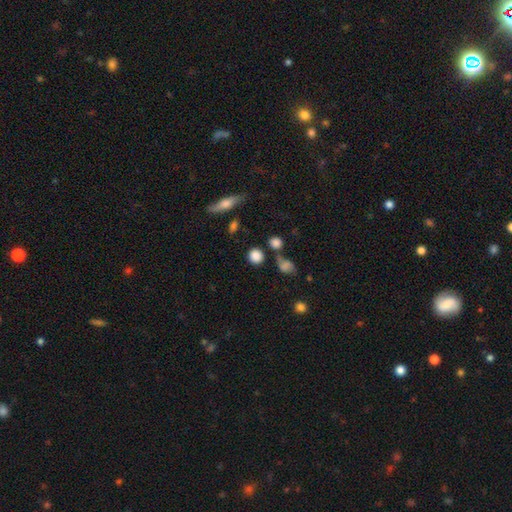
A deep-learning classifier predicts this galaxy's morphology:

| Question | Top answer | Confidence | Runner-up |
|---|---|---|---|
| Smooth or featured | smooth | 83% | star or artifact (11%) |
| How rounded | round | 86% | in between (12%) |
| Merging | none | 75% | minor disturbance (11%) |